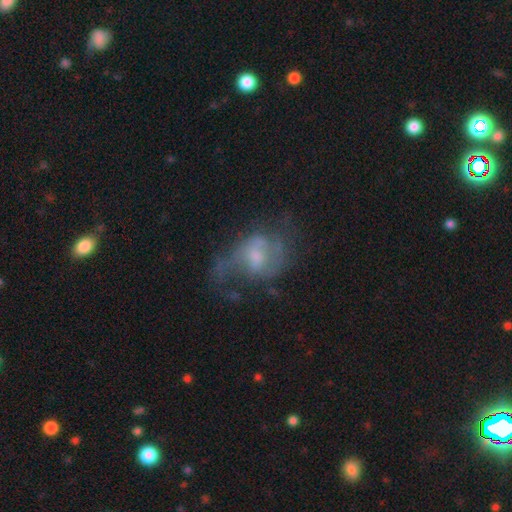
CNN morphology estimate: featured or disk 66%, smooth 22%, star or artifact 12%. Down the decision tree: edge-on disk — no (96%); bar — no (58%); spiral arms — yes (70%); bulge size — small (43%); merging — none (44%).